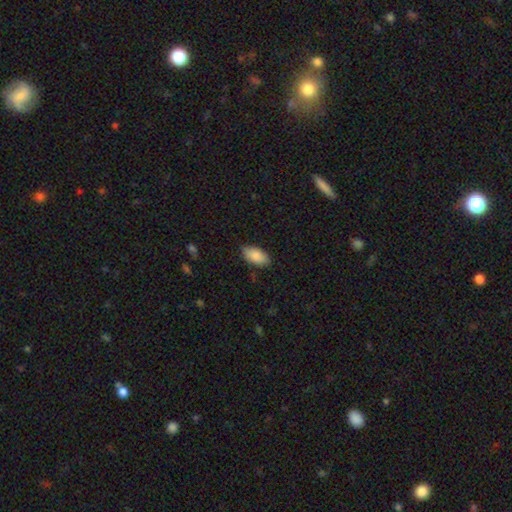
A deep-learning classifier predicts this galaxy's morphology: Smooth or featured? Predicted: smooth (p=0.88). How rounded? Predicted: in between (p=0.94). Merging? Predicted: none (p=0.86).